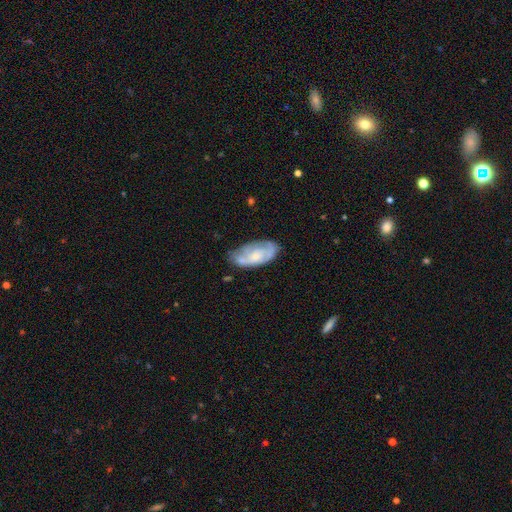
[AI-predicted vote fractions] Smooth or featured? Predicted: featured or disk (p=0.57). Edge-on disk? Predicted: no (p=0.92). Bar? Predicted: no (p=0.74). Spiral arms? Predicted: yes (p=0.67). Bulge size? Predicted: small (p=0.45). Merging? Predicted: none (p=0.60).